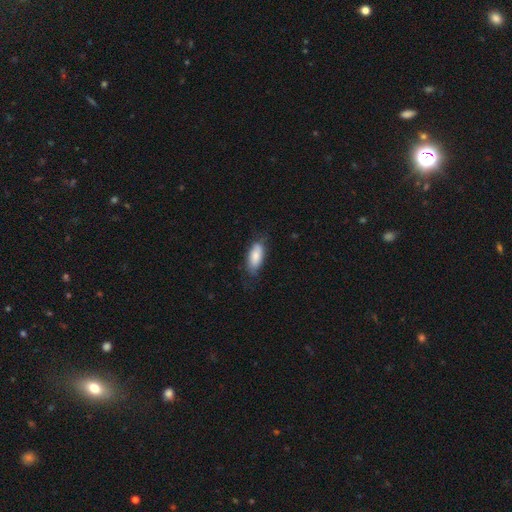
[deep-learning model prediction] A smooth galaxy with no disk features (80%) that is in between round and cigar-shaped (83%).

Vote fractions:
- Smooth or featured? smooth: 80% / featured or disk: 14% / star or artifact: 6%
- How rounded? in between: 83% / cigar-shaped: 14% / round: 2%
- Merging? none: 69% / minor disturbance: 23% / major disturbance: 7% / merger: 1%